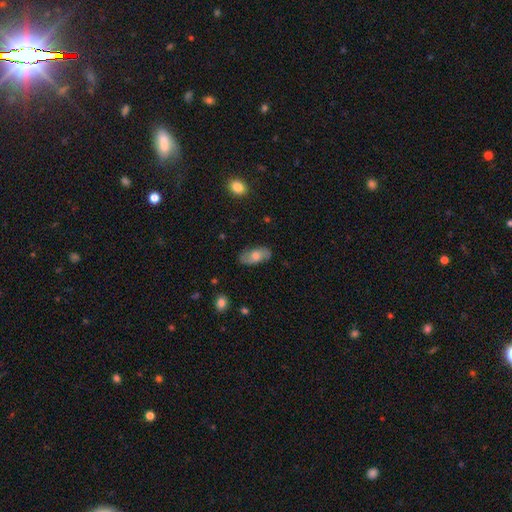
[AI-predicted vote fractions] A smooth galaxy with no disk features (48%). Merging: none (80%).